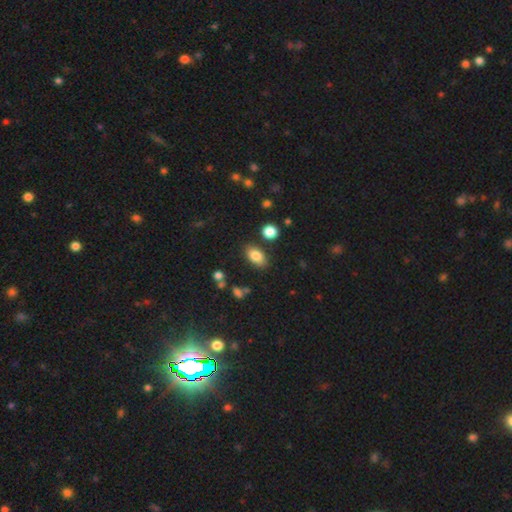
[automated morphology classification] smooth-or-featured: smooth: 83% | star or artifact: 9% | featured or disk: 8%
  how-rounded: in between: 89% | round: 9% | cigar-shaped: 3%
  merging: none: 80% | minor disturbance: 11% | merger: 5% | major disturbance: 3%